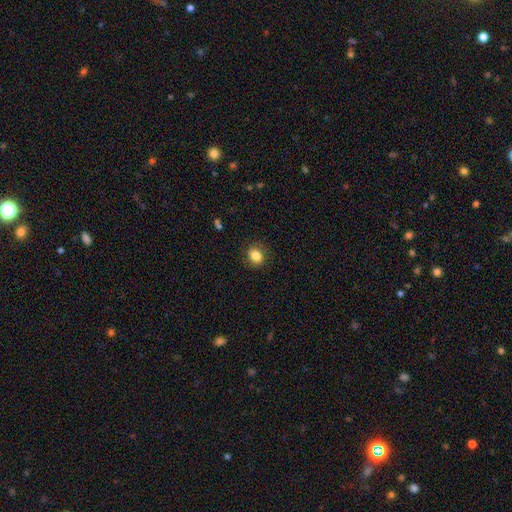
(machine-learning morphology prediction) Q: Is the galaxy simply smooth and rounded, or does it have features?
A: smooth — 84%.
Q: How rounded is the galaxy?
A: round — 60%.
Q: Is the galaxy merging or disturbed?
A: none — 86%.